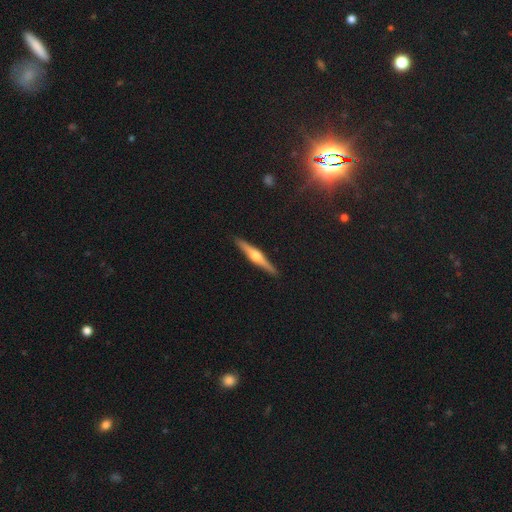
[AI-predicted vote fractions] A featured or disk galaxy (76%) viewed edge-on (98%) with a rounded central bulge (94%).

Vote fractions:
- Smooth or featured? featured or disk: 76% / smooth: 19% / star or artifact: 5%
- Edge-on disk? yes: 98% / no: 2%
- Edge-on bulge? rounded: 94% / boxy: 3% / none: 2%
- Merging? none: 92% / minor disturbance: 6% / major disturbance: 1% / merger: 1%